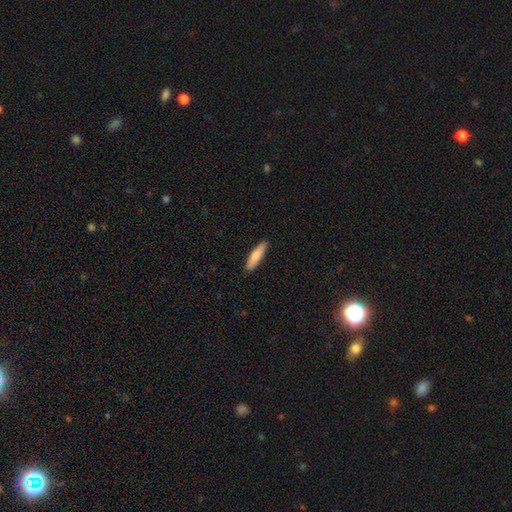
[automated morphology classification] Smooth or featured: smooth — 78% (featured or disk — 17%)
How rounded: cigar-shaped — 78% (in between — 20%)
Merging: none — 90% (minor disturbance — 7%)